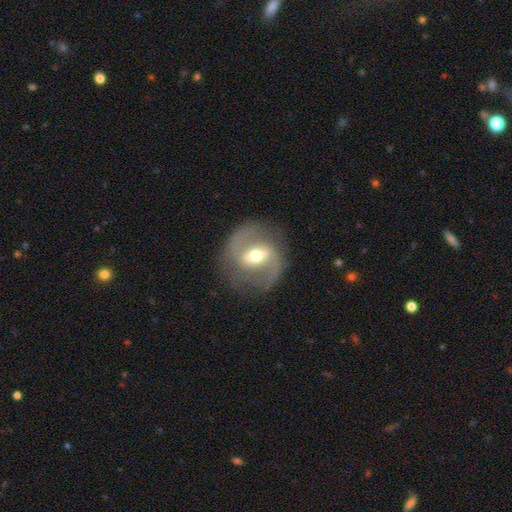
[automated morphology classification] featured or disk 84%, smooth 10%, star or artifact 6%. Down the decision tree: edge-on disk — no (96%); bar — strong (42%, tied with weak); spiral arms — yes (91%); spiral arm count — 2 (90%); spiral winding — medium (54%); bulge size — moderate (65%); merging — none (79%).